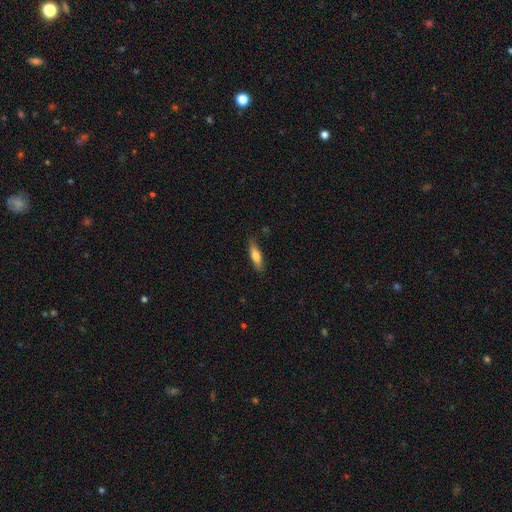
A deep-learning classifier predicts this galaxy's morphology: A smooth galaxy with no disk features (68%) that is cigar-shaped (65%).

Vote fractions:
- Smooth or featured? smooth: 68% / featured or disk: 25% / star or artifact: 6%
- How rounded? cigar-shaped: 65% / in between: 34% / round: 2%
- Merging? none: 84% / minor disturbance: 13% / major disturbance: 2% / merger: 1%